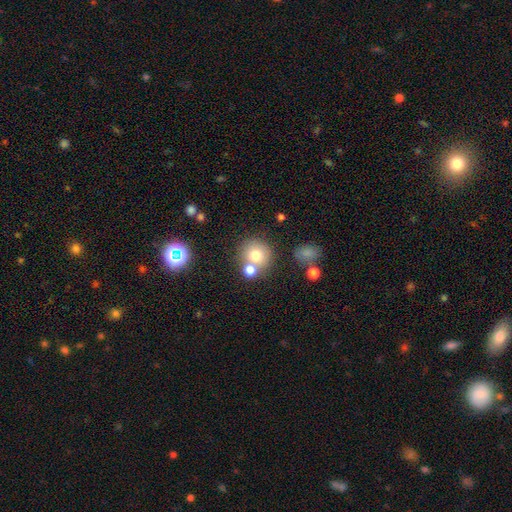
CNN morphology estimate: This appears to be a smooth galaxy with no disk features (73%) that is round (89%). Merging: none (61%).